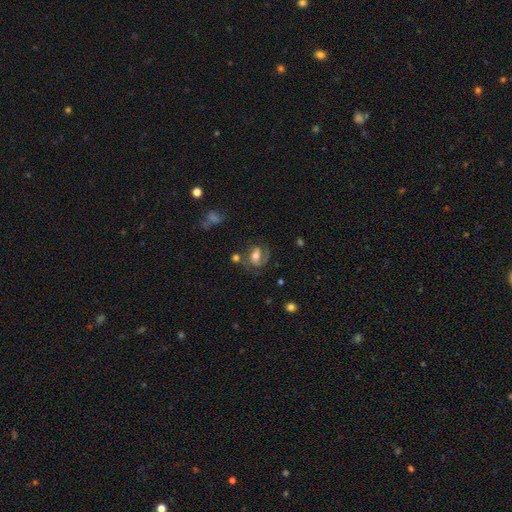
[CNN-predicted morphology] The model was most divided on "bar": weak: 39%, no: 36%, strong: 25%. More confident: edge-on disk — no (95%); spiral arms — yes (83%); smooth or featured — featured or disk (61%); bulge size — moderate (58%); merging — none (54%).